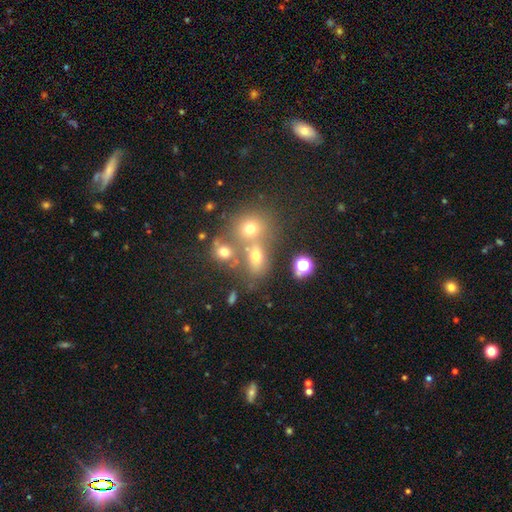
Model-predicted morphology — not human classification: Smooth or featured: smooth — 63% (star or artifact — 22%)
How rounded: in between — 49% (tied with round — 49%)
Merging: merger — 43% (none — 42%)